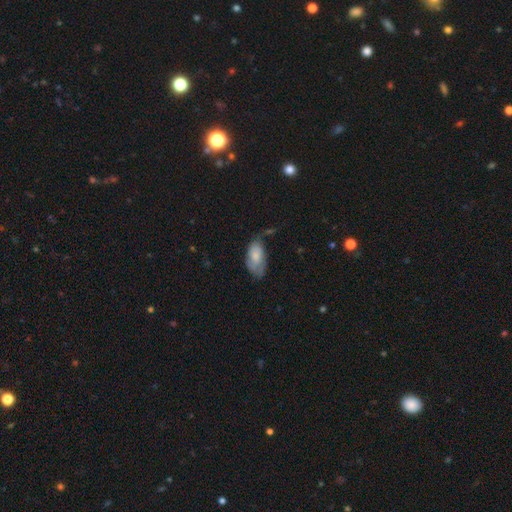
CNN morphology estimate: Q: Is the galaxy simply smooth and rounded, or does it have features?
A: smooth — 72%.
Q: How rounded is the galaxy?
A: in between — 94%.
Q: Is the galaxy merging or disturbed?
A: none — 38%.